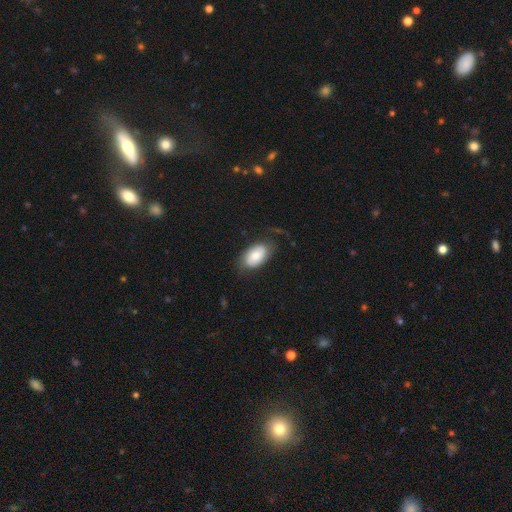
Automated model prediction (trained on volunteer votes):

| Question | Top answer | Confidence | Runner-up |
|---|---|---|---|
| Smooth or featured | smooth | 73% | featured or disk (20%) |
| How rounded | in between | 93% | round (5%) |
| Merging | none | 69% | minor disturbance (21%) |